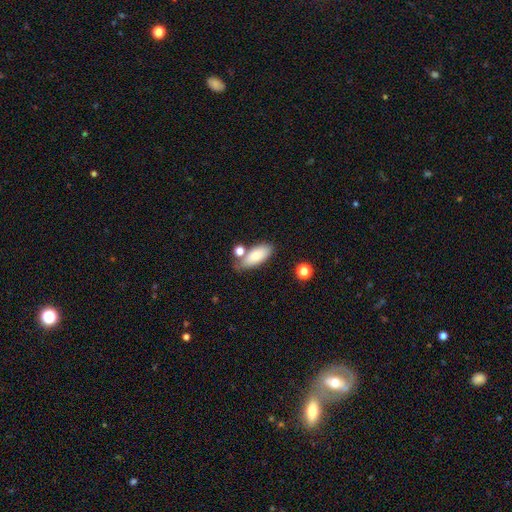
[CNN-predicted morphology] The model was most divided on "merging": none: 63%, minor disturbance: 17%, merger: 15%, major disturbance: 5%. More confident: how rounded — in between (82%); smooth or featured — smooth (80%).